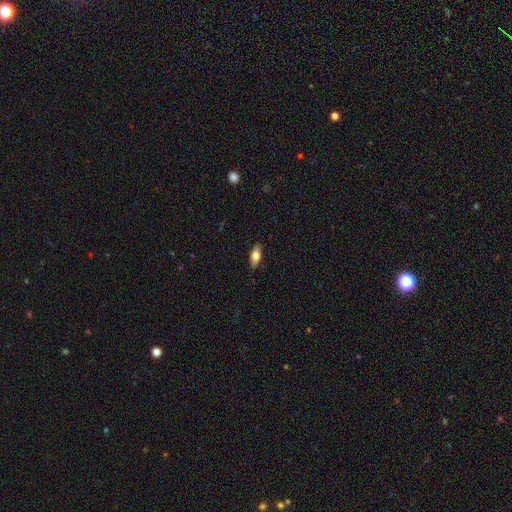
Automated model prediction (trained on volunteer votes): Overall: smooth (71%). How rounded: in between (81%). Merging: none (88%).